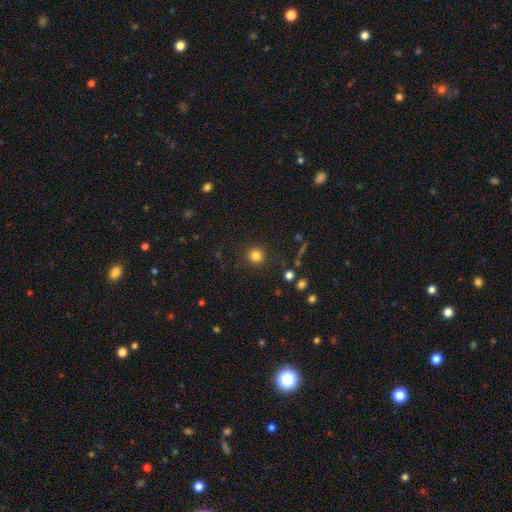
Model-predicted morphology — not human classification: A smooth galaxy with no disk features (82%) that is round (93%). Merging: none (88%).